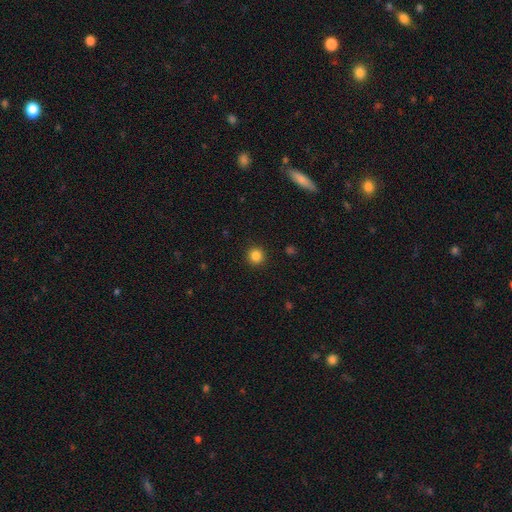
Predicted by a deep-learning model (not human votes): This appears to be a smooth galaxy with no disk features (84%) that is round (94%). Merging: none (92%).